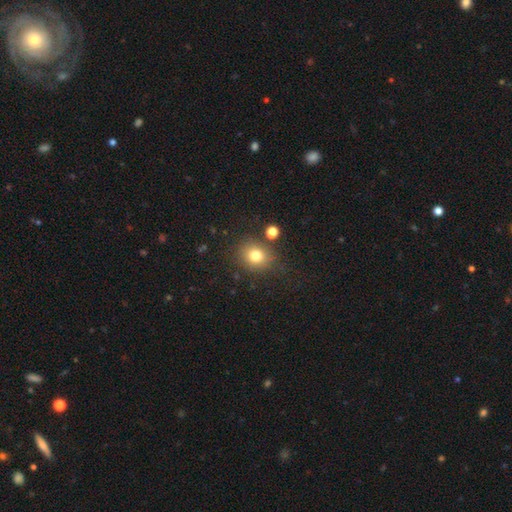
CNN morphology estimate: The model was most divided on "how rounded": round: 74%, in between: 25%, cigar-shaped: 1%. More confident: merging — none (79%); smooth or featured — smooth (78%).